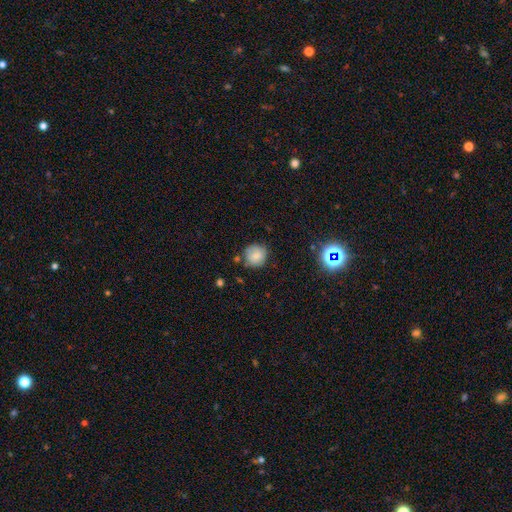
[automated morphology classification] Smooth or featured: smooth — 81% (star or artifact — 11%)
How rounded: round — 91% (in between — 8%)
Merging: none — 77% (minor disturbance — 16%)